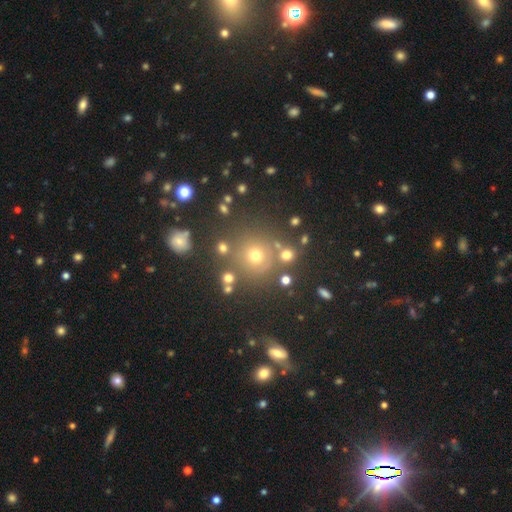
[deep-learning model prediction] This is likely a smooth galaxy (62%). How rounded: clearly round (92%). Merging: likely none (78%).